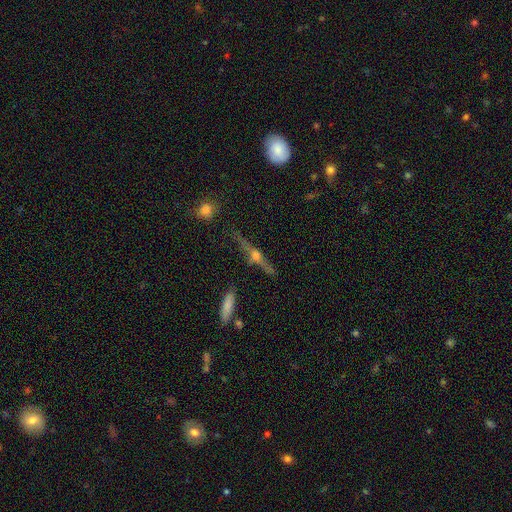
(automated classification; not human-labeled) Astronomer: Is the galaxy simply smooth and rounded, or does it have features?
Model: featured or disk — 72%.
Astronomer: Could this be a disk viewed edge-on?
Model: yes — 96%.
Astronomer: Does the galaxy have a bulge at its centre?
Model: rounded — 92%.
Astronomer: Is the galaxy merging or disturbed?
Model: none — 78%.